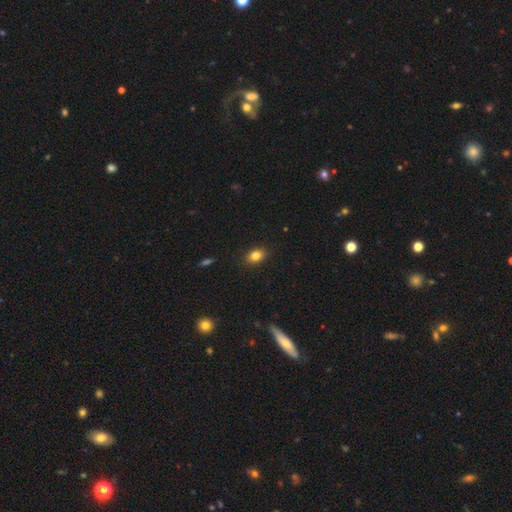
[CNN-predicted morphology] Smooth or featured: smooth — 83% (star or artifact — 10%)
How rounded: in between — 72% (round — 27%)
Merging: none — 89% (minor disturbance — 8%)